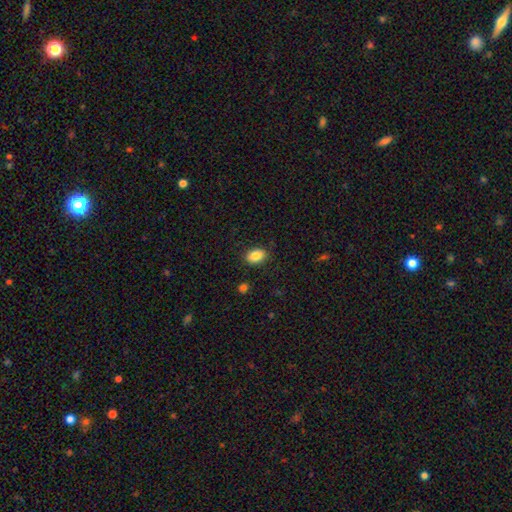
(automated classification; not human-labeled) A smooth galaxy with no disk features (87%) that is in between round and cigar-shaped (84%). Merging: none (86%).